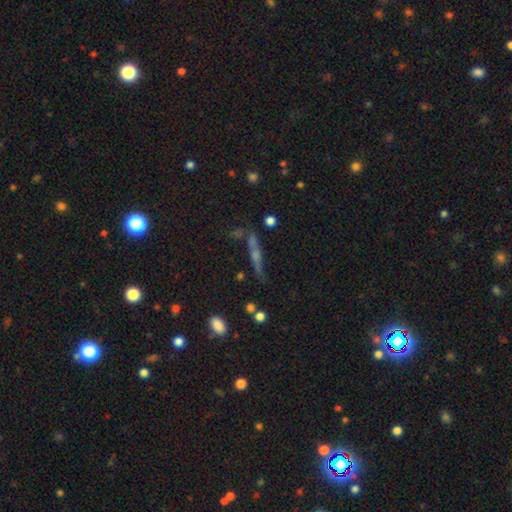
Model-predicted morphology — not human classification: This is possibly a featured or disk galaxy (54%). It is clearly viewed edge-on (83%). Merging: likely none (61%).